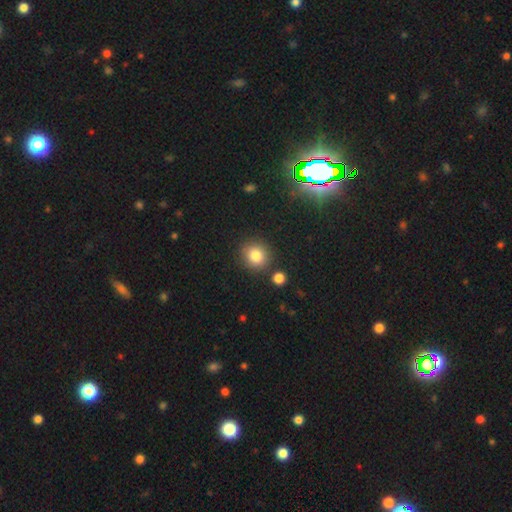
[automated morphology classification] A smooth galaxy with no disk features (82%) that is round (84%).

Vote fractions:
- Smooth or featured? smooth: 82% / star or artifact: 11% / featured or disk: 7%
- How rounded? round: 84% / in between: 15% / cigar-shaped: 1%
- Merging? none: 85% / minor disturbance: 8% / merger: 5% / major disturbance: 2%